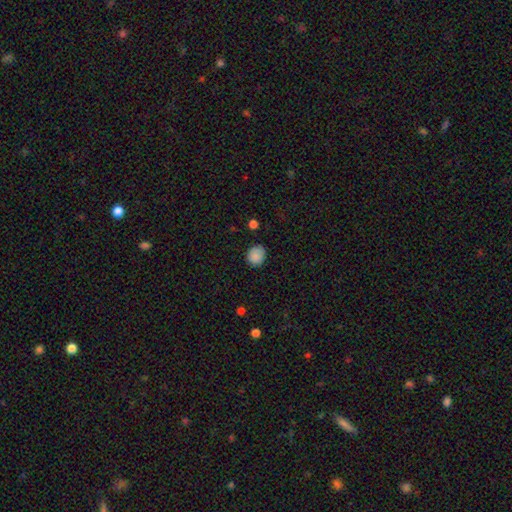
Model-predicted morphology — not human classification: Overall: smooth (87%). How rounded: round (76%). Merging: none (81%).